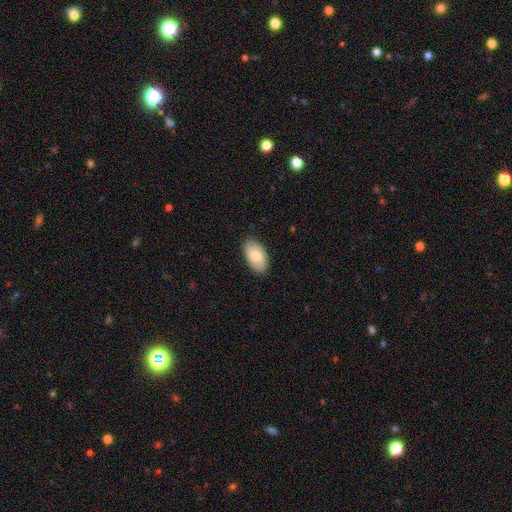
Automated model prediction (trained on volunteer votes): smooth_or_featured: smooth (p=0.77) [alt: featured or disk p=0.17]
how_rounded: in between (p=0.94) [alt: round p=0.04]
merging: none (p=0.84) [alt: minor disturbance p=0.13]